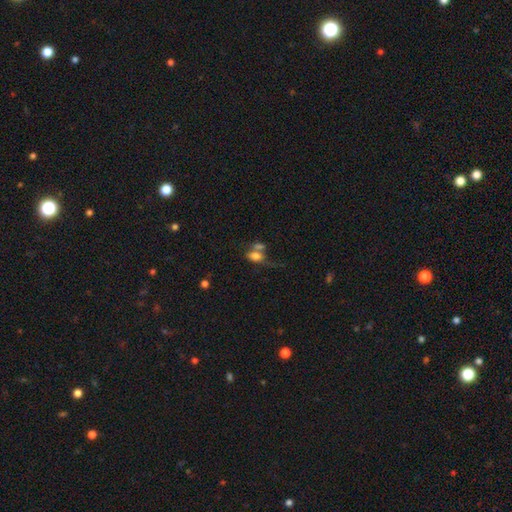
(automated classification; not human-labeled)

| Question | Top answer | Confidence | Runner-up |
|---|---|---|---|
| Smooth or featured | smooth | 71% | featured or disk (17%) |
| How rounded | in between | 82% | round (14%) |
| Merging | merger | 44% | none (28%) |